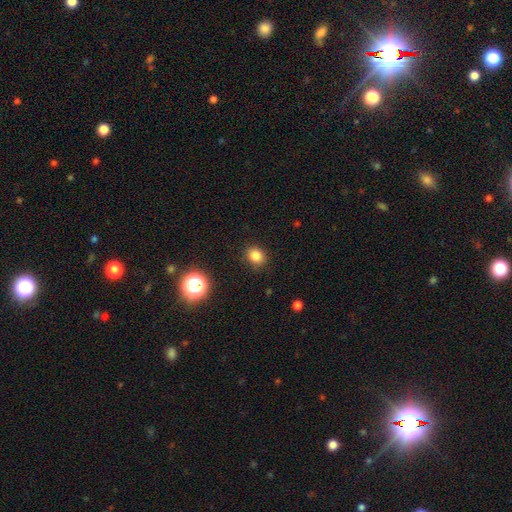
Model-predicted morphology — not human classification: Smooth or featured: smooth — 82% (star or artifact — 13%)
How rounded: round — 66% (in between — 33%)
Merging: none — 88% (minor disturbance — 8%)